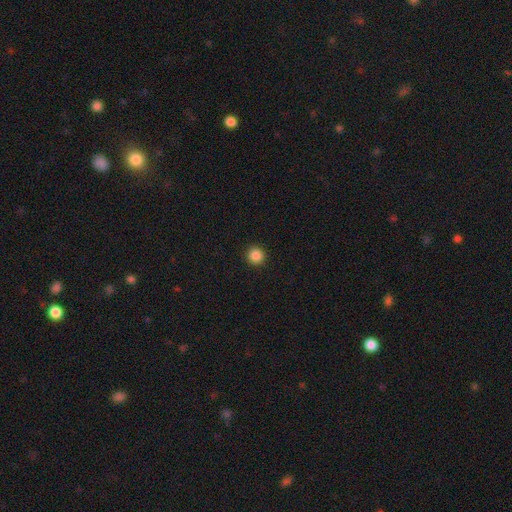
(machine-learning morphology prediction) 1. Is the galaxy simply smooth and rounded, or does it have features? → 86% smooth, 11% star or artifact, 3% featured or disk.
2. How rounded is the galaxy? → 95% round, 4% in between, 1% cigar-shaped.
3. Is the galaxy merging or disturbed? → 93% none, 4% minor disturbance, 2% major disturbance, 1% merger.